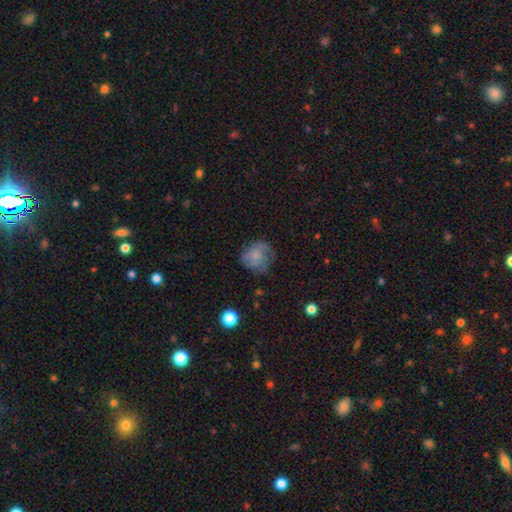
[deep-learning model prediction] Smooth or featured: smooth — 50% (featured or disk — 40%)
How rounded: round — 77% (in between — 22%)
Merging: none — 54% (minor disturbance — 25%)